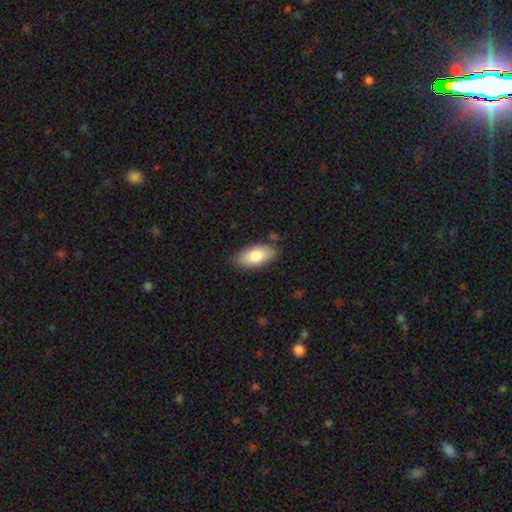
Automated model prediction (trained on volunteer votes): Smooth or featured? smooth (78%)
How rounded? in between (91%)
Merging? none (82%)